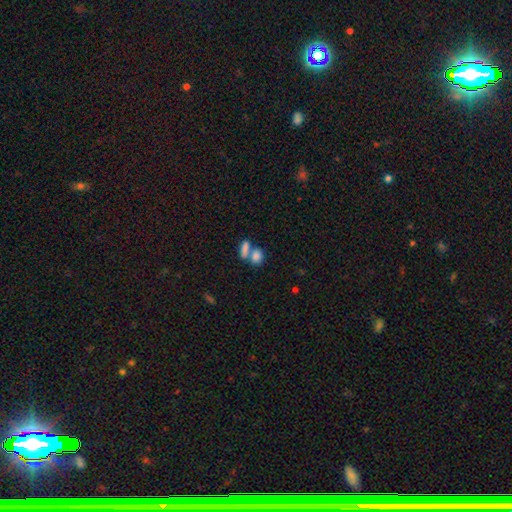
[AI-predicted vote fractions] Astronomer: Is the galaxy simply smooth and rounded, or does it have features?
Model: smooth — 82%.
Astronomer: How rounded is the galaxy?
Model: in between — 66%.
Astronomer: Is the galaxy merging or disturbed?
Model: merger — 49% (runner-up: none, 39%).